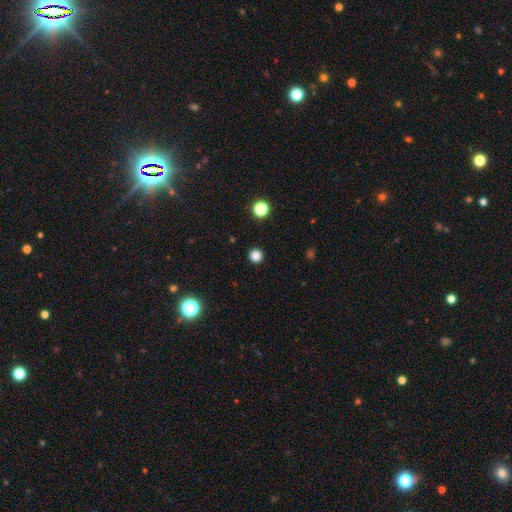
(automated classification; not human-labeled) Morphology: type=smooth (83%); roundness=round (96%); merging=none (93%).